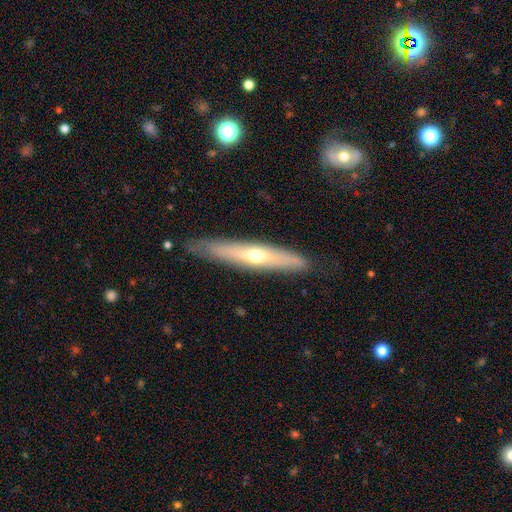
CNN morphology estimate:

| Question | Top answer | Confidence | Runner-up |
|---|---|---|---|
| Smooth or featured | featured or disk | 55% | smooth (39%) |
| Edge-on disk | yes | 80% | no (20%) |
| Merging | none | 84% | minor disturbance (11%) |